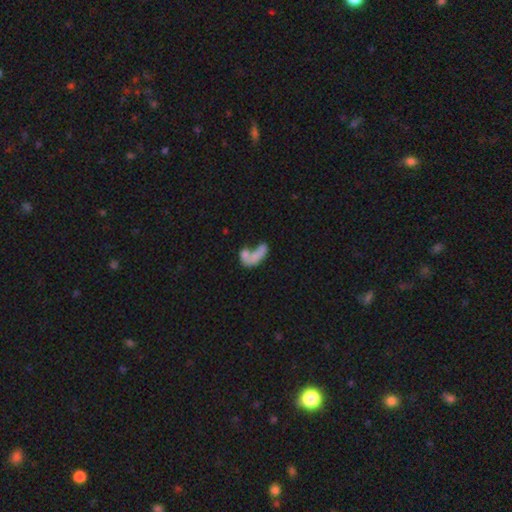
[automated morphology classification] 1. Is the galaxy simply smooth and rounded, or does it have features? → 64% smooth, 26% featured or disk, 11% star or artifact.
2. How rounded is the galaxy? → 73% in between, 17% cigar-shaped, 10% round.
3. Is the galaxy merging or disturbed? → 50% merger, 21% none, 19% major disturbance, 10% minor disturbance.